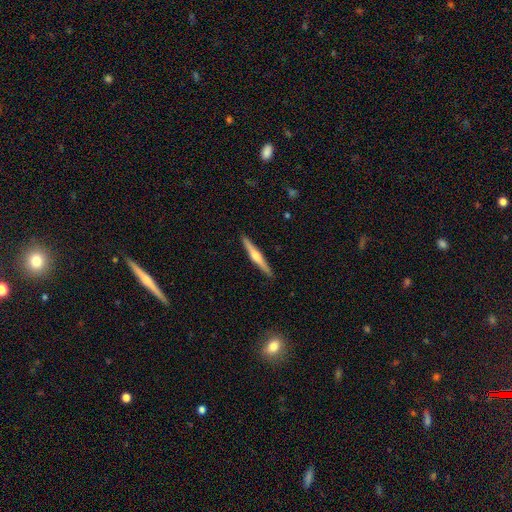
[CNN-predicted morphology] smooth-or-featured: featured or disk: 67% | smooth: 28% | star or artifact: 5%
  disk-edge-on: yes: 98% | no: 2%
    edge-on-bulge: rounded: 89% | none: 6% | boxy: 5%
  merging: none: 91% | minor disturbance: 6% | major disturbance: 1% | merger: 1%